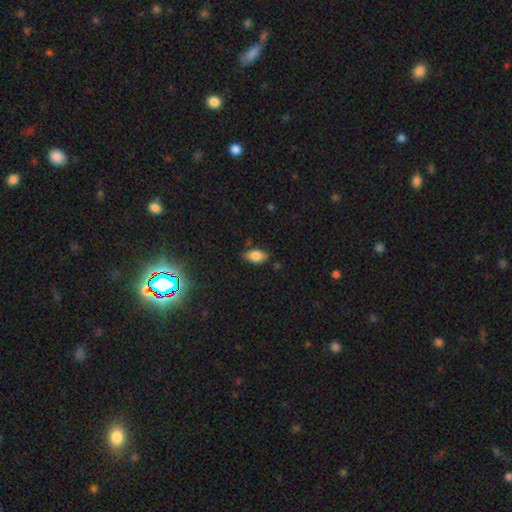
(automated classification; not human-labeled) Overall: smooth (81%). How rounded: in between (91%). Merging: none (81%).